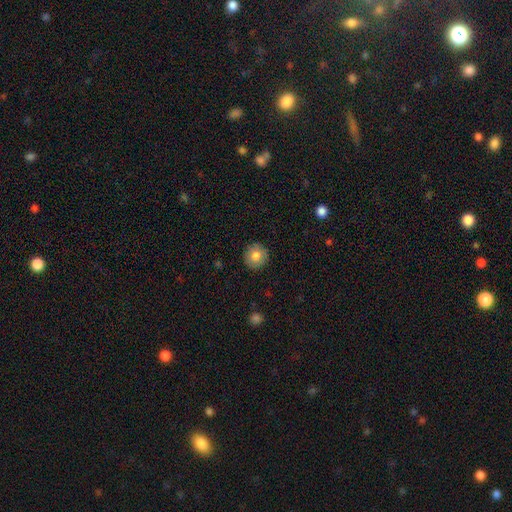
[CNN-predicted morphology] Overall: smooth (80%). How rounded: round (93%). Merging: none (90%).